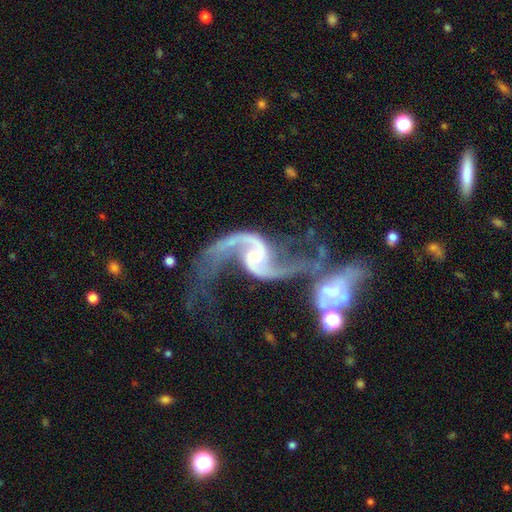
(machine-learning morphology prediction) Smooth or featured? Predicted: featured or disk (p=0.93). Edge-on disk? Predicted: no (p=0.98). Bar? Predicted: weak (p=0.46). Spiral arms? Predicted: yes (p=0.98). Spiral winding? Predicted: loose (p=0.79). Spiral arm count? Predicted: 2 (p=0.94). Bulge size? Predicted: small (p=0.44). Merging? Predicted: merger (p=0.41).